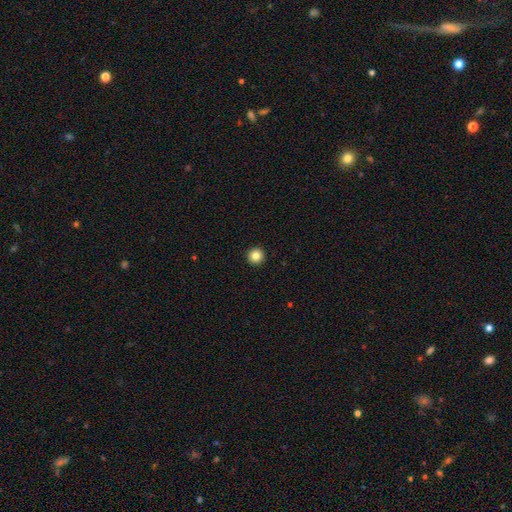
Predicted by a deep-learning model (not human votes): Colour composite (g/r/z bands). It shows a smooth galaxy with no disk features (84%) that is round (96%). Merging: none (94%).